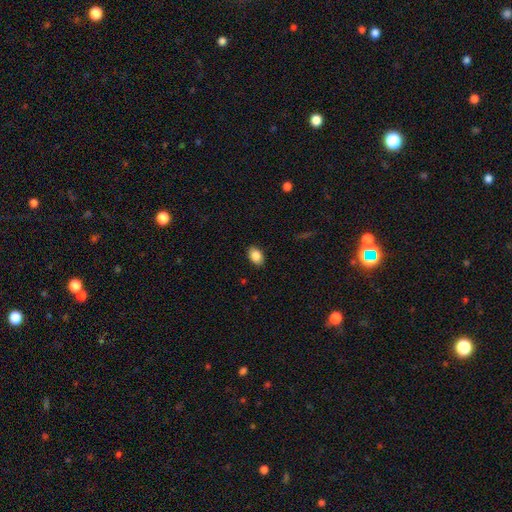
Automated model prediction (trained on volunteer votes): smooth-or-featured: smooth: 86% | star or artifact: 8% | featured or disk: 6%
  how-rounded: in between: 86% | round: 13% | cigar-shaped: 1%
  merging: none: 88% | minor disturbance: 9% | major disturbance: 2% | merger: 1%